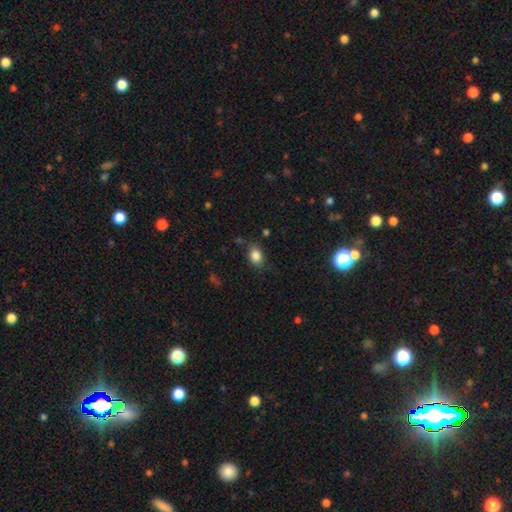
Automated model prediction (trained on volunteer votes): smooth-or-featured: smooth: 84% | star or artifact: 10% | featured or disk: 6%
  how-rounded: in between: 71% | round: 27% | cigar-shaped: 1%
  merging: none: 76% | minor disturbance: 17% | major disturbance: 5% | merger: 2%